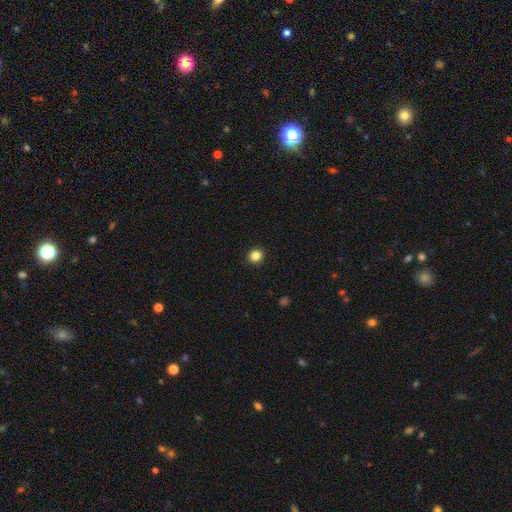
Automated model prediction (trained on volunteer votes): This appears to be a smooth galaxy with no disk features (84%) that is round (87%). Merging: none (92%).